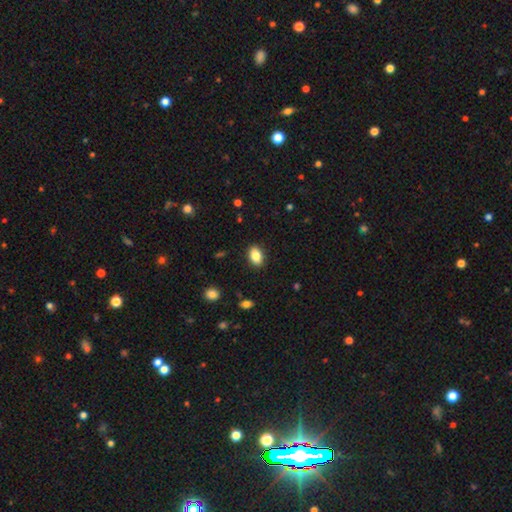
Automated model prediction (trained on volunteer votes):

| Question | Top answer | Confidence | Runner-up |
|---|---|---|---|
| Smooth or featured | smooth | 85% | star or artifact (8%) |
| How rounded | in between | 86% | round (12%) |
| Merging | none | 89% | minor disturbance (8%) |